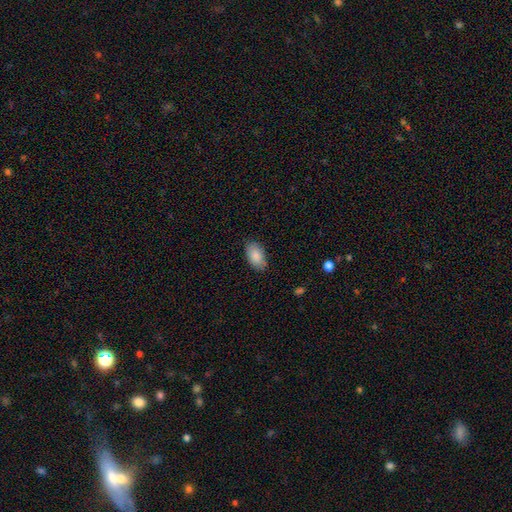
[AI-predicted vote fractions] A smooth galaxy with no disk features (88%) that is in between round and cigar-shaped (94%).

Vote fractions:
- Smooth or featured? smooth: 88% / star or artifact: 6% / featured or disk: 6%
- How rounded? in between: 94% / round: 4% / cigar-shaped: 2%
- Merging? none: 82% / minor disturbance: 14% / major disturbance: 3% / merger: 1%